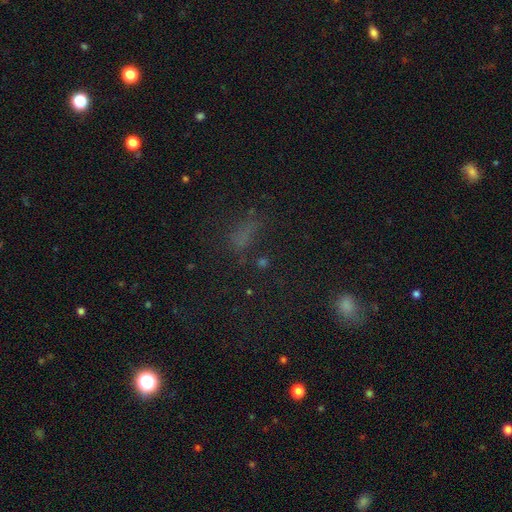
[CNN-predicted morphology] This appears to be a star or artifact, not a galaxy (46%).